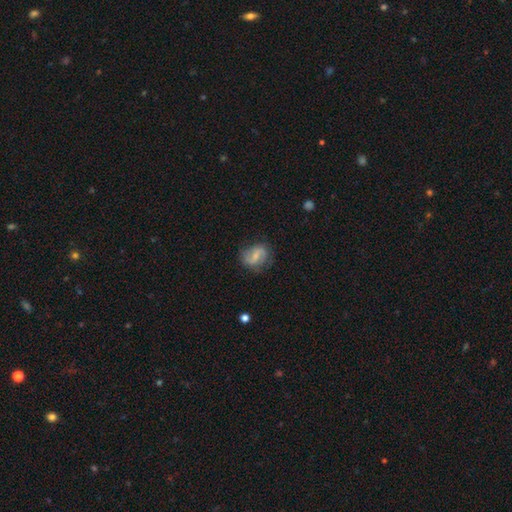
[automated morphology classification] type=featured or disk (59%); edge-on=no (97%); bar=weak (49%); spiral arms=yes (81%); bulge=small (51%); merging=none (68%).